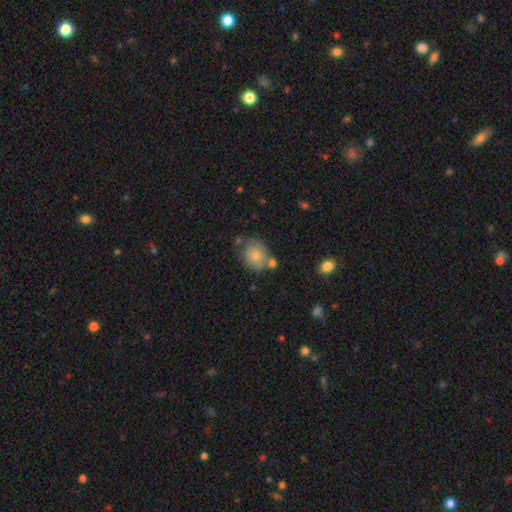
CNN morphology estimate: Smooth or featured? Predicted: smooth (p=0.73). How rounded? Predicted: round (p=0.68). Merging? Predicted: none (p=0.55).